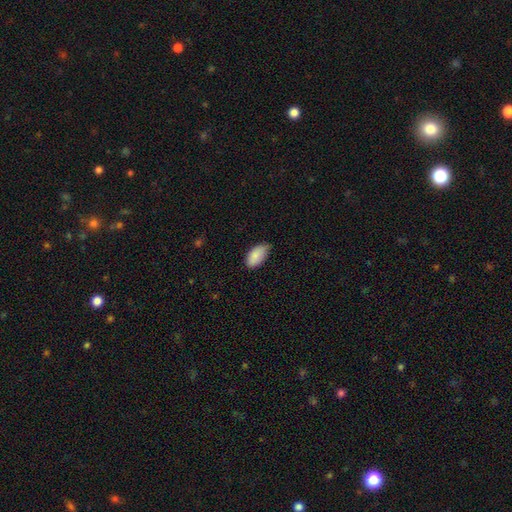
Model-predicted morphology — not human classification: The model was most divided on "merging": none: 62%, minor disturbance: 32%, major disturbance: 4%, merger: 1%. More confident: how rounded — in between (95%); smooth or featured — smooth (87%).